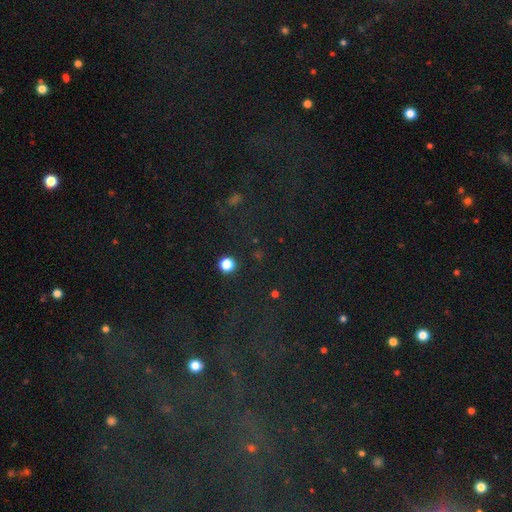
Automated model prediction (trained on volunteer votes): smooth-or-featured: star or artifact: 77% | smooth: 13% | featured or disk: 10%